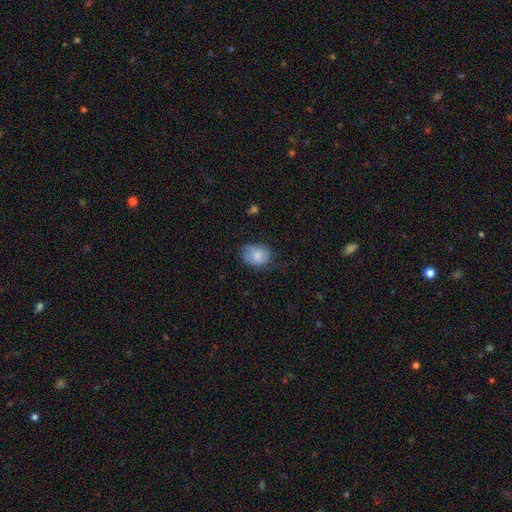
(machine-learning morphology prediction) A smooth galaxy with no disk features (80%) that is in between round and cigar-shaped (64%). Merging: none (55%).